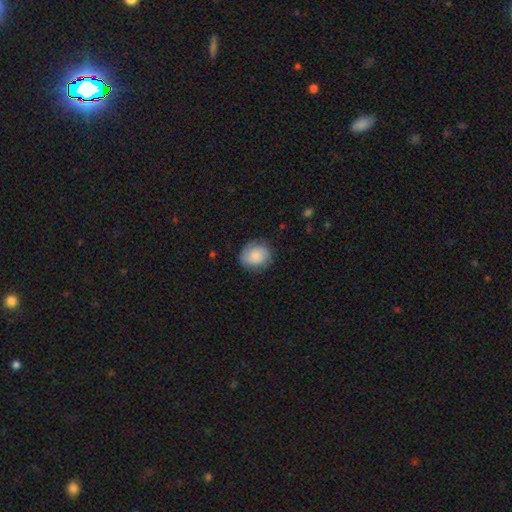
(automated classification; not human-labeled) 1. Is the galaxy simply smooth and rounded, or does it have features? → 77% smooth, 16% featured or disk, 7% star or artifact.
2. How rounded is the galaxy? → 72% round, 27% in between, 1% cigar-shaped.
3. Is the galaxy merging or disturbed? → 78% none, 16% minor disturbance, 5% major disturbance, 1% merger.